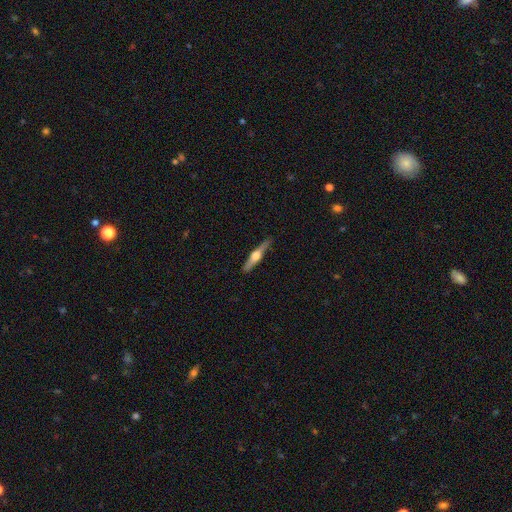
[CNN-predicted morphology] Smooth or featured?
  - featured or disk: 71% *
  - smooth: 24%
  - star or artifact: 5%
Edge-on disk?
  - yes: 97% *
  - no: 3%
Edge-on bulge?
  - rounded: 95% *
  - boxy: 3%
  - none: 2%
Merging?
  - none: 89% *
  - minor disturbance: 8%
  - major disturbance: 2%
  - merger: 1%